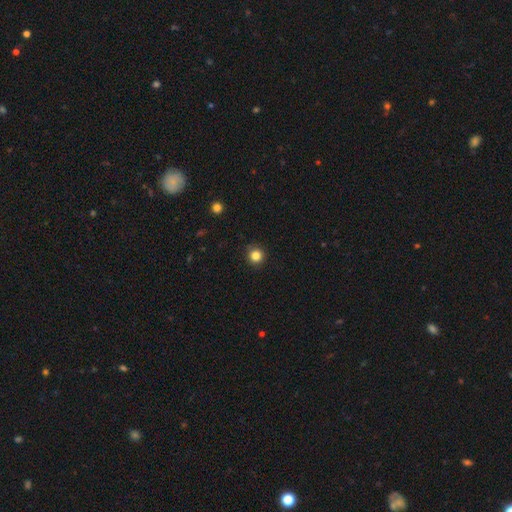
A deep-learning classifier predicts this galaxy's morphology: Q: Smooth or featured?
A: smooth (84%); runner-up: star or artifact (12%)
Q: How rounded?
A: round (94%); runner-up: in between (5%)
Q: Merging?
A: none (91%); runner-up: minor disturbance (6%)